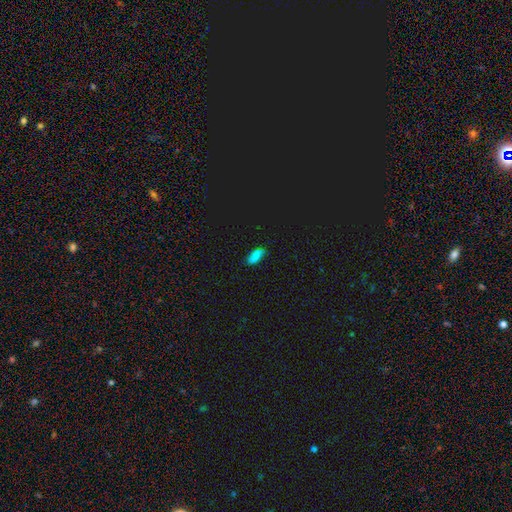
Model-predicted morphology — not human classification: A smooth galaxy with no disk features (64%) that is in between round and cigar-shaped (82%).

Vote fractions:
- Smooth or featured? smooth: 64% / star or artifact: 18% / featured or disk: 18%
- How rounded? in between: 82% / cigar-shaped: 14% / round: 4%
- Merging? none: 66% / minor disturbance: 26% / major disturbance: 6% / merger: 2%